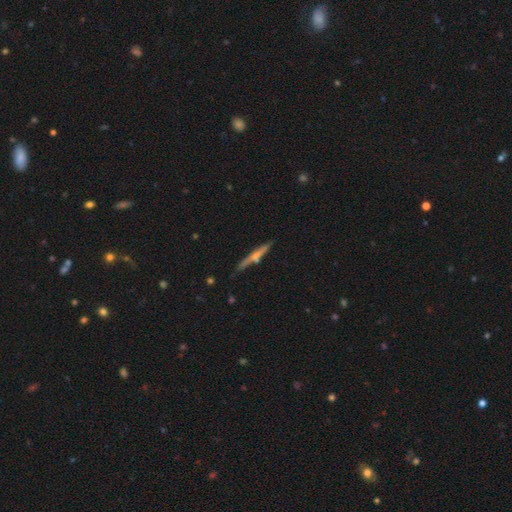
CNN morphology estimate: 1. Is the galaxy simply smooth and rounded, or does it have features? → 66% featured or disk, 27% smooth, 7% star or artifact.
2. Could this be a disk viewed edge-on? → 96% yes, 4% no.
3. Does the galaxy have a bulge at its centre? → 68% rounded, 23% none, 9% boxy.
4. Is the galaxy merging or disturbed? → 81% none, 13% minor disturbance, 4% merger, 3% major disturbance.